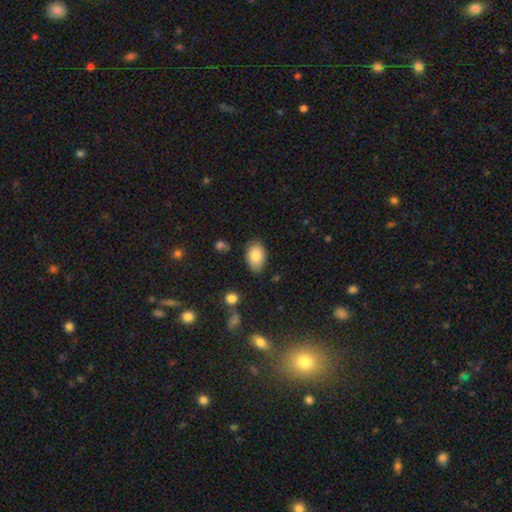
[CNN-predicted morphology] Smooth or featured? smooth (86%)
How rounded? in between (90%)
Merging? none (77%)